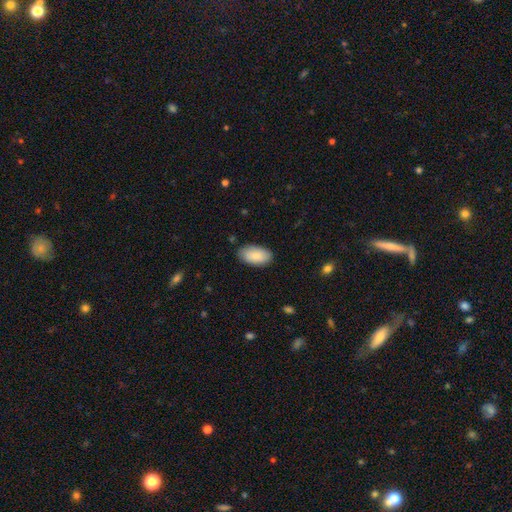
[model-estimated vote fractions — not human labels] A smooth galaxy with no disk features (85%) that is in between round and cigar-shaped (95%).

Vote fractions:
- Smooth or featured? smooth: 85% / featured or disk: 10% / star or artifact: 6%
- How rounded? in between: 95% / round: 3% / cigar-shaped: 2%
- Merging? none: 85% / minor disturbance: 11% / major disturbance: 2% / merger: 1%